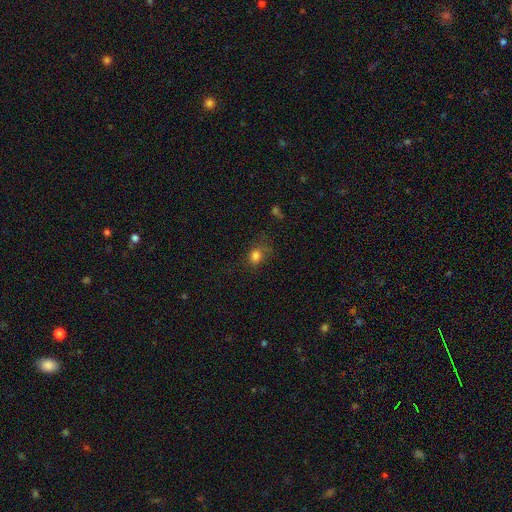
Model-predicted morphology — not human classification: A smooth galaxy with no disk features (80%) that is round (64%).

Vote fractions:
- Smooth or featured? smooth: 80% / star or artifact: 14% / featured or disk: 6%
- How rounded? round: 64% / in between: 35% / cigar-shaped: 1%
- Merging? none: 60% / minor disturbance: 23% / major disturbance: 13% / merger: 3%